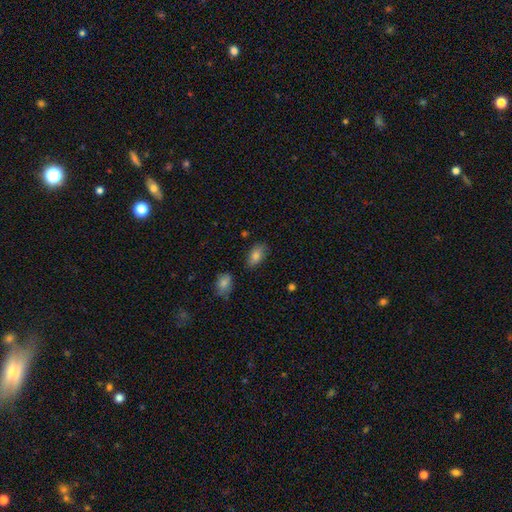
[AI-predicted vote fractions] smooth-or-featured: smooth: 79% | featured or disk: 12% | star or artifact: 9%
  how-rounded: in between: 91% | round: 6% | cigar-shaped: 3%
  merging: none: 75% | minor disturbance: 18% | major disturbance: 4% | merger: 3%